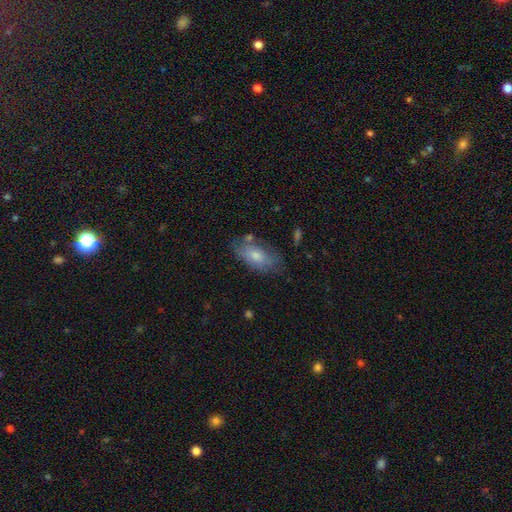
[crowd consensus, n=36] A smooth galaxy with no disk features (75%) that is in between round and cigar-shaped (96%).

Vote fractions:
- Smooth or featured? smooth: 75% / featured or disk: 19% / star or artifact: 6%
- How rounded? in between: 96% / cigar-shaped: 4% / round: 0%
- Merging? none: 44% / minor disturbance: 35% / major disturbance: 12% / merger: 9%